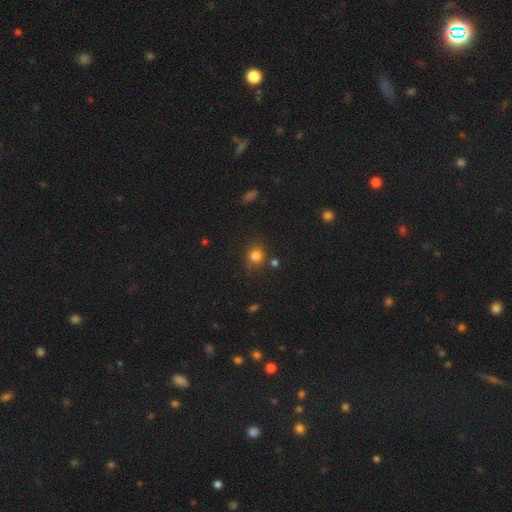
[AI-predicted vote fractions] Q: Smooth or featured?
A: smooth (80%); runner-up: star or artifact (14%)
Q: How rounded?
A: round (81%); runner-up: in between (18%)
Q: Merging?
A: none (75%); runner-up: minor disturbance (14%)